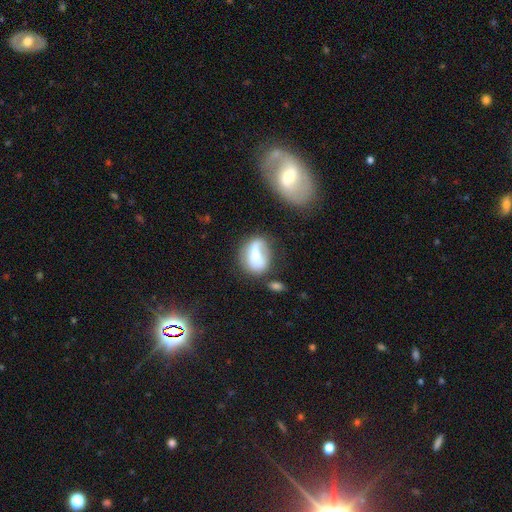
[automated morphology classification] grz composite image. It shows a smooth galaxy with no disk features (54%) that is in between round and cigar-shaped (63%). Merging: none (48%).